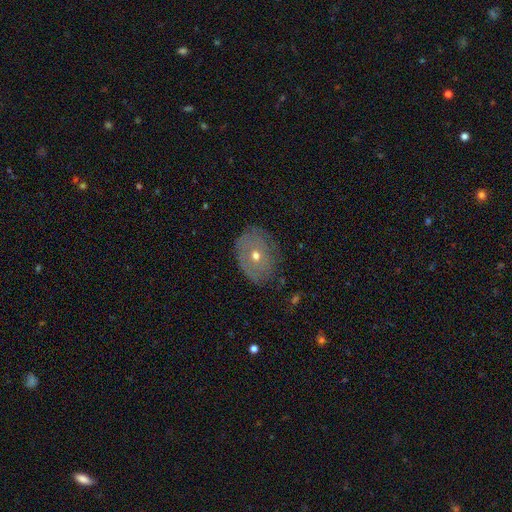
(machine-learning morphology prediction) Smooth or featured? Predicted: featured or disk (p=0.54). Edge-on disk? Predicted: no (p=0.93). Merging? Predicted: none (p=0.77).